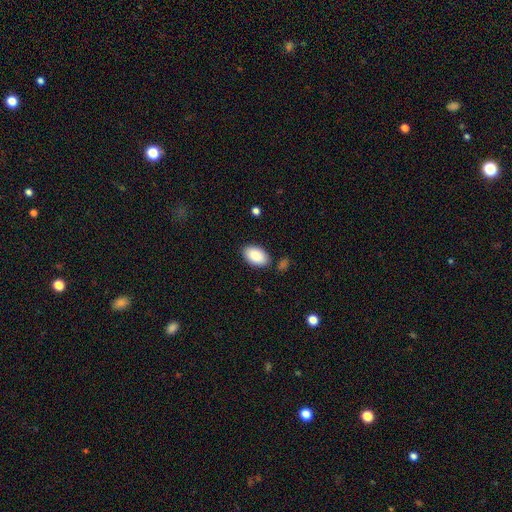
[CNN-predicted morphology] Smooth or featured: smooth — 89% (star or artifact — 6%)
How rounded: in between — 95% (round — 4%)
Merging: none — 83% (minor disturbance — 11%)